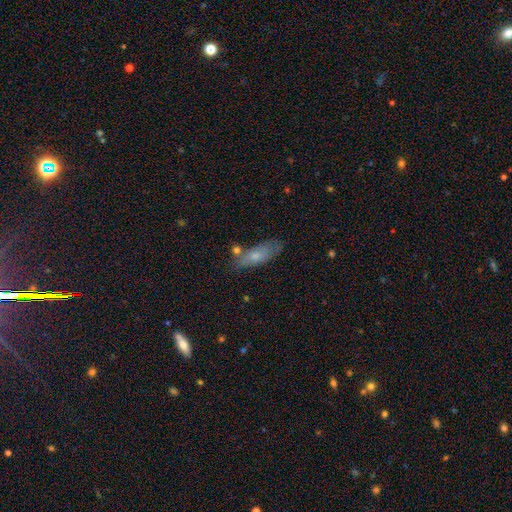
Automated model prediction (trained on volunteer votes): This is likely a smooth galaxy (64%). How rounded: likely in between (60%). Merging: likely none (65%).